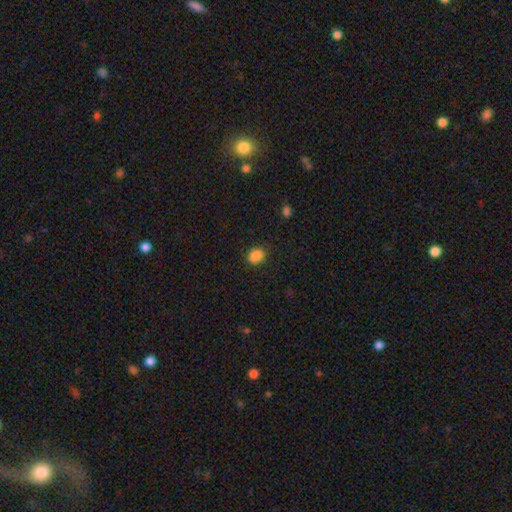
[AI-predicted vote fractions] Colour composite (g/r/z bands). It shows a smooth galaxy with no disk features (87%) that is round (50%). Merging: none (82%).